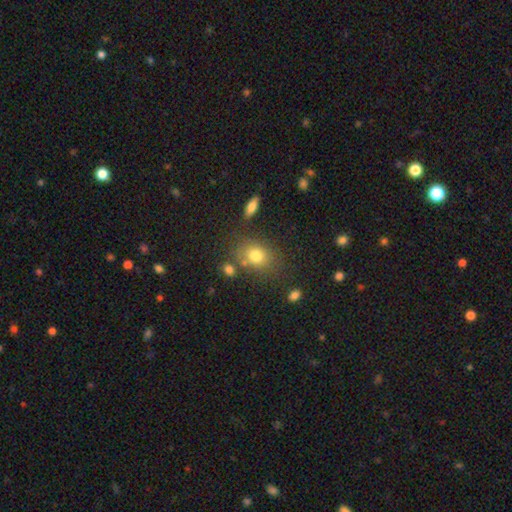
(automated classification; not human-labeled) Q: Smooth or featured?
A: smooth (76%); runner-up: star or artifact (12%)
Q: How rounded?
A: in between (55%); runner-up: round (44%)
Q: Merging?
A: none (71%); runner-up: minor disturbance (15%)